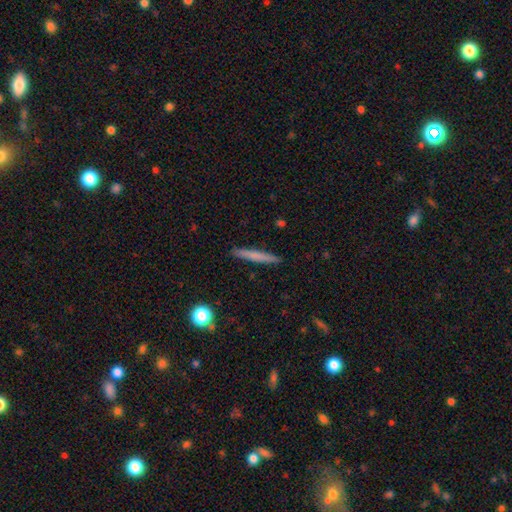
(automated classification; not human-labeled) Smooth or featured: smooth — 67% (featured or disk — 26%)
How rounded: cigar-shaped — 96% (in between — 3%)
Merging: none — 91% (minor disturbance — 6%)